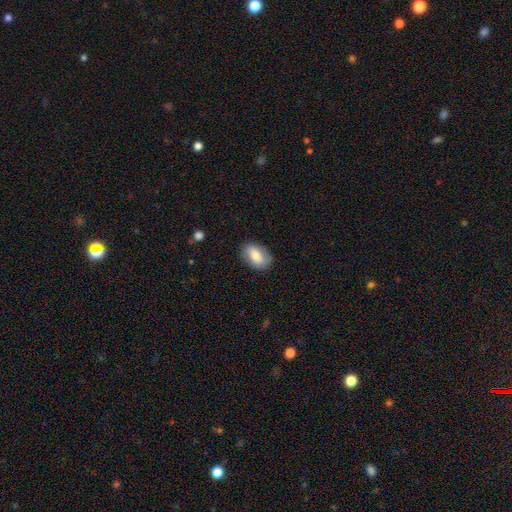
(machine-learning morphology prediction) Overall: smooth (75%). How rounded: in between (88%). Merging: none (84%).